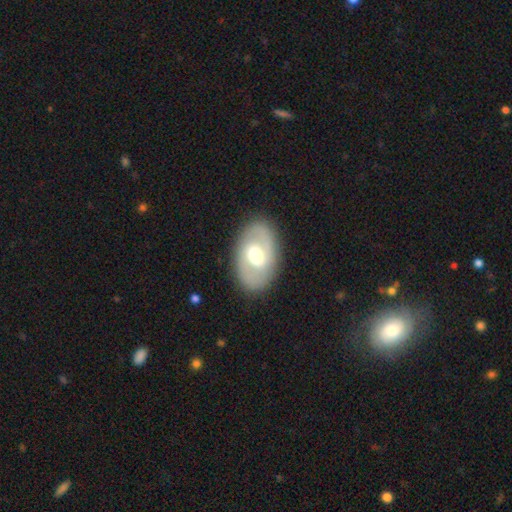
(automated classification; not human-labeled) Smooth or featured?
  - featured or disk: 61% *
  - smooth: 34%
  - star or artifact: 6%
Edge-on disk?
  - no: 93% *
  - yes: 7%
Bar?
  - weak: 49% *
  - no: 33%
  - strong: 18%
Spiral arms?
  - yes: 61% *
  - no: 39%
Bulge size?
  - moderate: 70% *
  - large: 15%
  - small: 12%
  - dominant: 1%
  - none: 1%
Merging?
  - none: 86% *
  - minor disturbance: 9%
  - major disturbance: 4%
  - merger: 1%